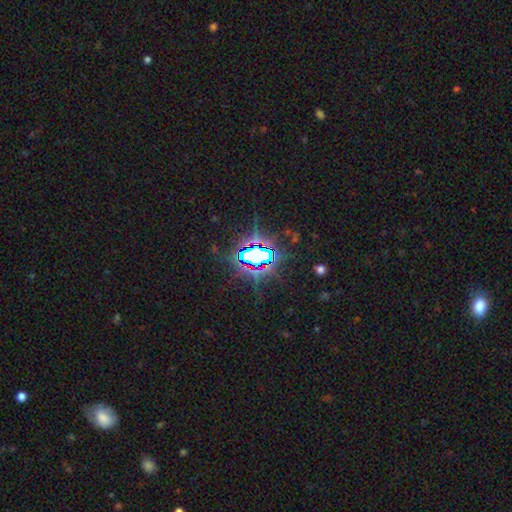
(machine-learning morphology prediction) A star or artifact, not a galaxy (79%).